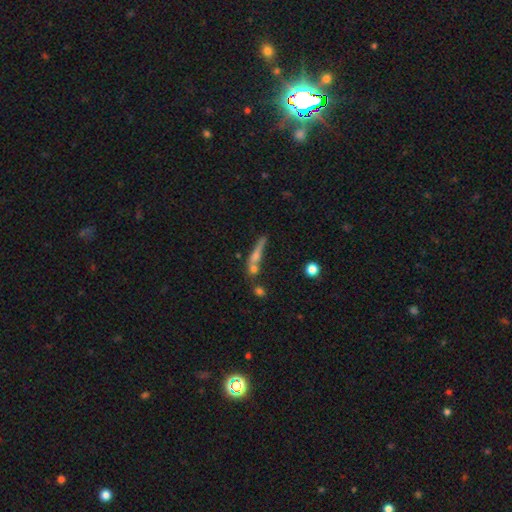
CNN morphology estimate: Smooth or featured?
  - featured or disk: 45% *
  - smooth: 43%
  - star or artifact: 12%
Merging?
  - none: 50% *
  - merger: 25%
  - minor disturbance: 15%
  - major disturbance: 9%